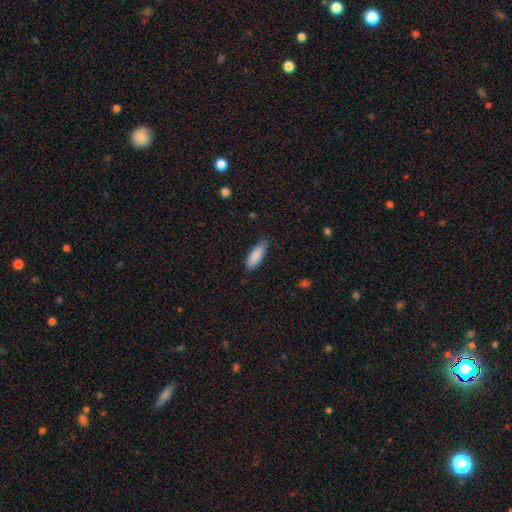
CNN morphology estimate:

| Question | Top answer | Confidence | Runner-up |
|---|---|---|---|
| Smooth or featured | smooth | 88% | featured or disk (6%) |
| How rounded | in between | 62% | cigar-shaped (37%) |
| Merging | none | 77% | minor disturbance (19%) |